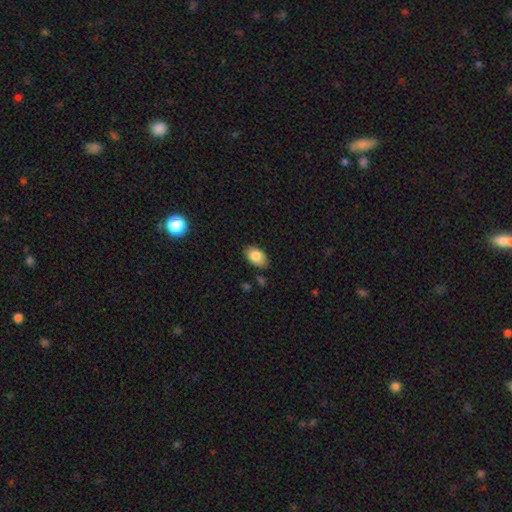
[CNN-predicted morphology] smooth-or-featured: smooth: 82% | featured or disk: 10% | star or artifact: 8%
  how-rounded: in between: 90% | round: 9% | cigar-shaped: 1%
  merging: none: 82% | minor disturbance: 14% | major disturbance: 2% | merger: 2%